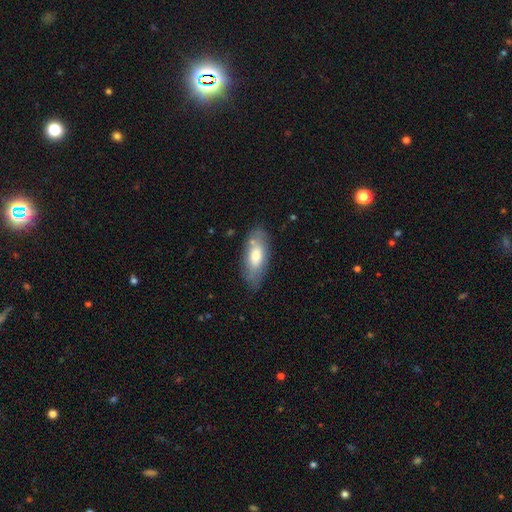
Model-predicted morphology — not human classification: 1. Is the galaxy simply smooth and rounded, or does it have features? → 67% smooth, 27% featured or disk, 6% star or artifact.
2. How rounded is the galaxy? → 75% in between, 23% cigar-shaped, 2% round.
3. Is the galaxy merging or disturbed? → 73% none, 18% minor disturbance, 4% major disturbance, 4% merger.